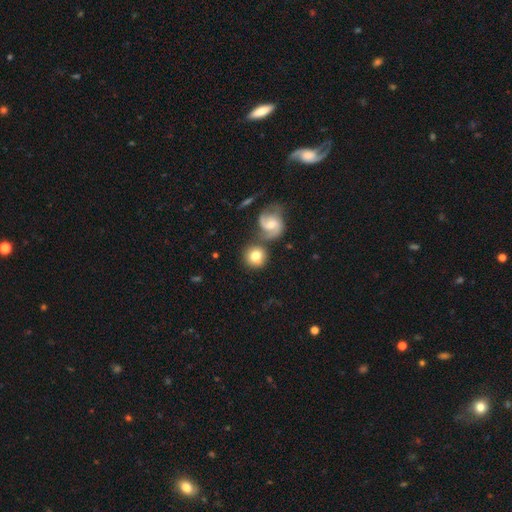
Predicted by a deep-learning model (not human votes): Smooth or featured? Predicted: smooth (p=0.69). How rounded? Predicted: round (p=0.89). Merging? Predicted: none (p=0.63).